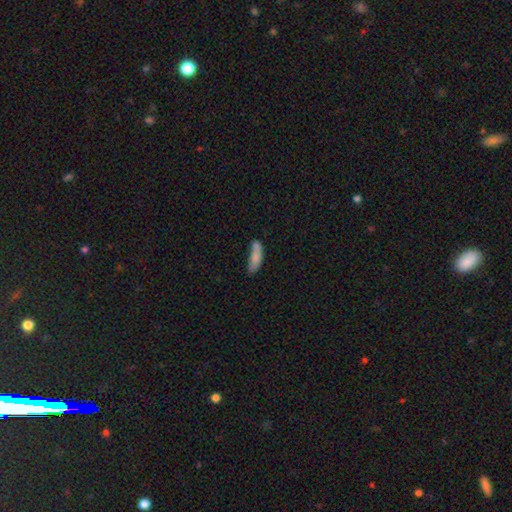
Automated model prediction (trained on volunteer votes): Overall: smooth (79%). How rounded: in between (51%; cigar-shaped 47%). Merging: none (47%; minor disturbance 29%).